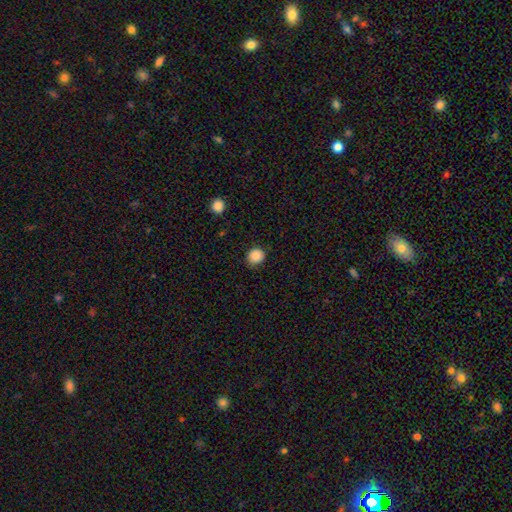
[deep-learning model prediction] Smooth or featured? smooth (88%)
How rounded? round (79%)
Merging? none (85%)